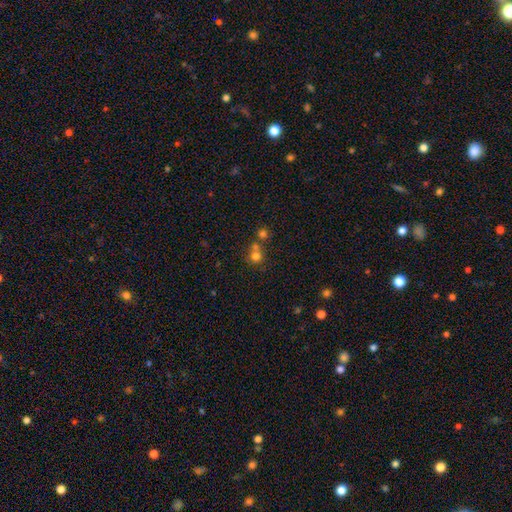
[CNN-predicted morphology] Smooth or featured? Predicted: smooth (p=0.72). How rounded? Predicted: round (p=0.88). Merging? Predicted: none (p=0.50).